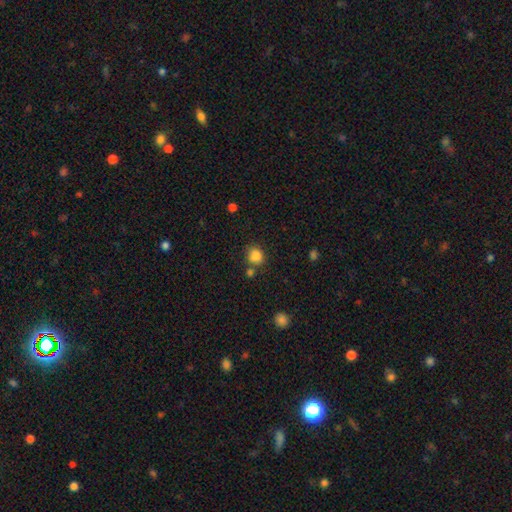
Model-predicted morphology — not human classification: type=smooth (85%); roundness=round (69%); merging=none (66%).